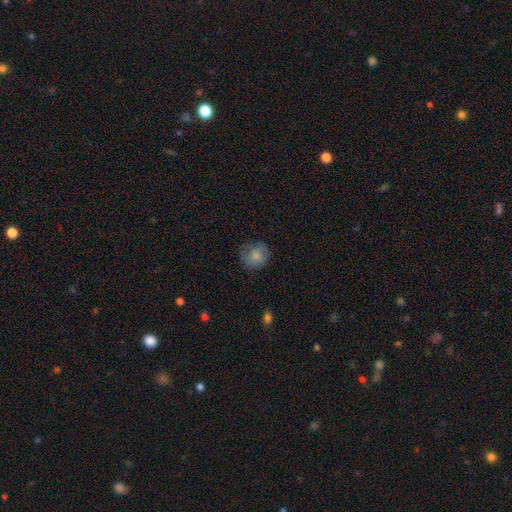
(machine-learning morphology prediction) type=smooth (81%); roundness=round (79%); merging=none (72%).